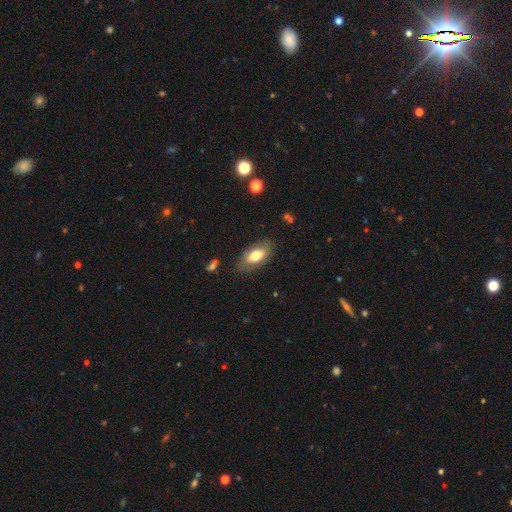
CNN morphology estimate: A smooth galaxy with no disk features (68%) that is in between round and cigar-shaped (90%).

Vote fractions:
- Smooth or featured? smooth: 68% / featured or disk: 25% / star or artifact: 7%
- How rounded? in between: 90% / cigar-shaped: 5% / round: 4%
- Merging? none: 79% / minor disturbance: 15% / major disturbance: 4% / merger: 2%